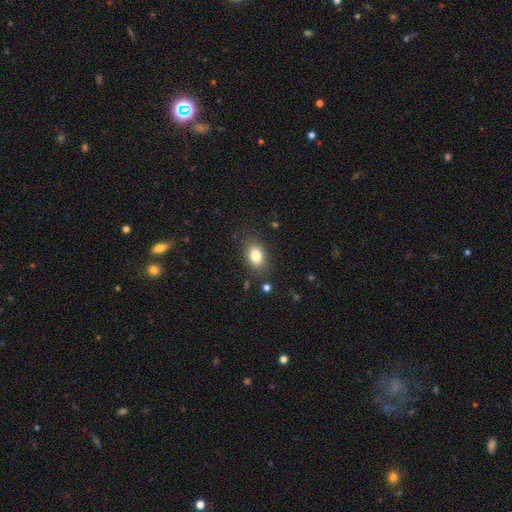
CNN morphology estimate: Overall: smooth (82%). How rounded: in between (77%). Merging: none (83%).